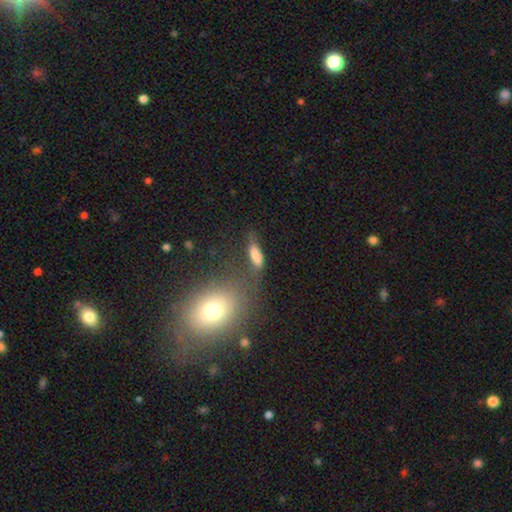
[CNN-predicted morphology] This is likely a smooth galaxy (73%). How rounded: possibly in between (53%). Merging: marginally none (41%).